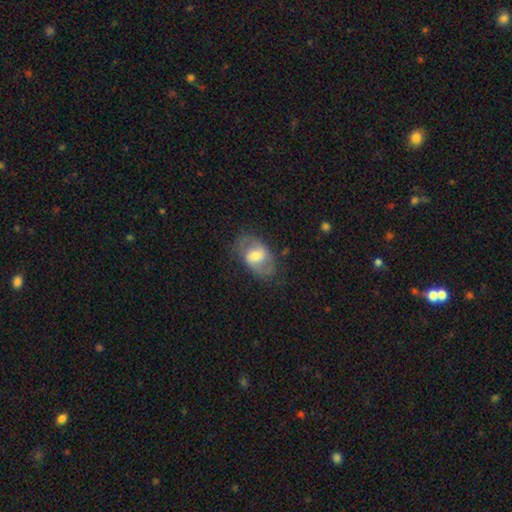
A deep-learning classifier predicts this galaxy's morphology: Overall: featured or disk (62%; smooth 31%). Edge-on disk: no (96%). Bar: weak (53%; no 28%). Spiral arms: yes (82%). Bulge size: moderate (56%; small 25%). Merging: none (68%).